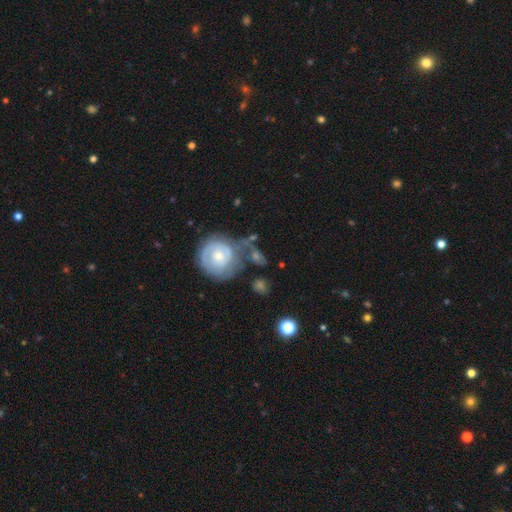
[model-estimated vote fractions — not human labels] featured or disk 57%, smooth 32%, star or artifact 11%. Down the decision tree: edge-on disk — no (93%); bar — no (70%); spiral arms — yes (65%); bulge size — moderate (50%); merging — none (48%).